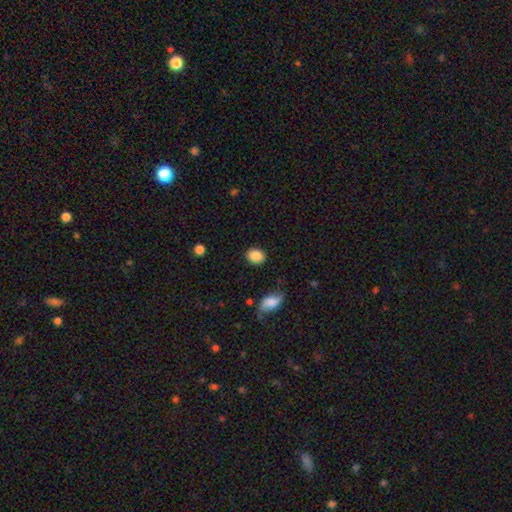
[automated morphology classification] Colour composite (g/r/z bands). It shows a smooth galaxy with no disk features (86%) that is round (54%). Merging: none (87%).